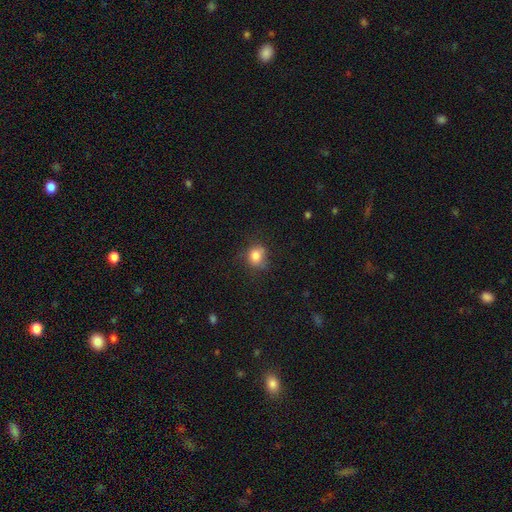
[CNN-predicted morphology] The model was most divided on "how rounded": round: 65%, in between: 35%, cigar-shaped: 1%. More confident: smooth or featured — smooth (81%); merging — none (60%).